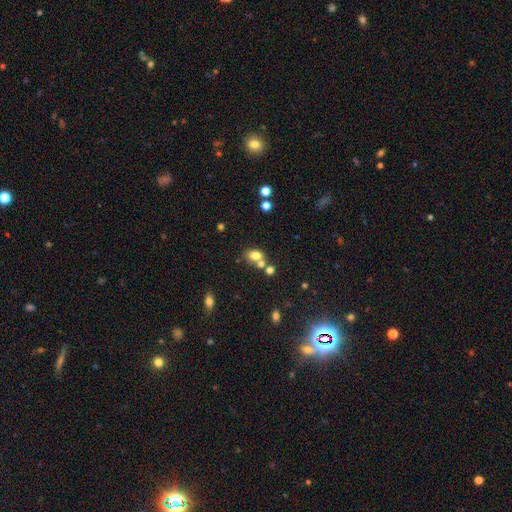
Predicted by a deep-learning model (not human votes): Q: Smooth or featured?
A: smooth (75%); runner-up: star or artifact (14%)
Q: How rounded?
A: in between (63%); runner-up: round (36%)
Q: Merging?
A: none (49%); runner-up: merger (34%)